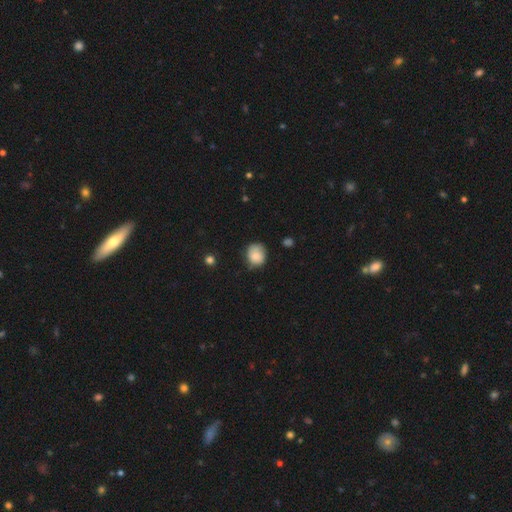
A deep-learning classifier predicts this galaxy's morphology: smooth 79%, featured or disk 13%, star or artifact 8%. Down the decision tree: how rounded — round (72%); merging — none (62%).